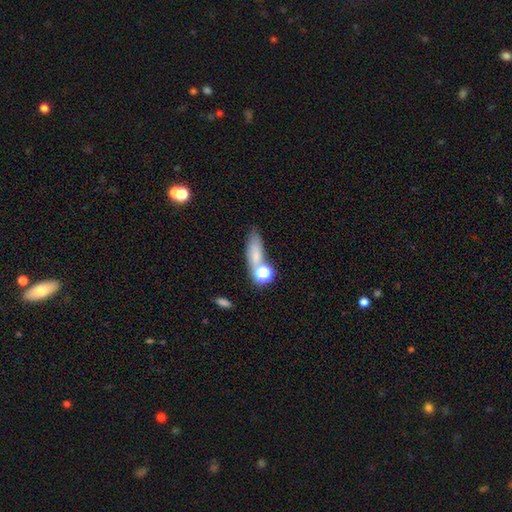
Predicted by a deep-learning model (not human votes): Smooth or featured? smooth (69%)
How rounded? in between (51%)
Merging? none (51%)